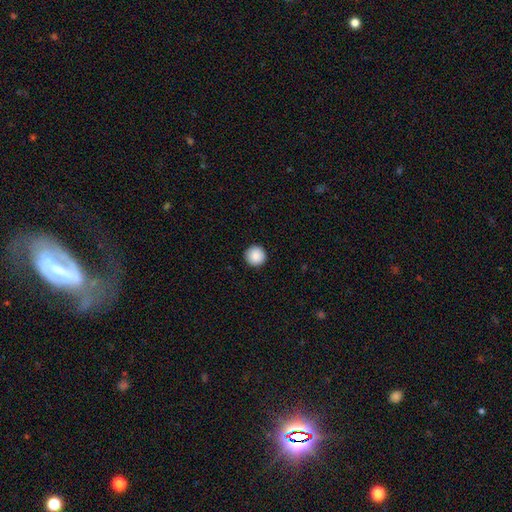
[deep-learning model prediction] smooth_or_featured: smooth (p=0.89) [alt: star or artifact p=0.08]
how_rounded: round (p=0.96) [alt: in between p=0.03]
merging: none (p=0.93) [alt: minor disturbance p=0.04]